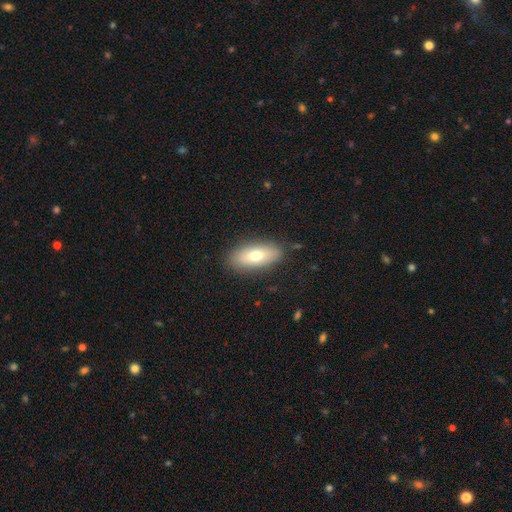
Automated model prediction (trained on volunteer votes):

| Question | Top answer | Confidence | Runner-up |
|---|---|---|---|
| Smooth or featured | smooth | 71% | featured or disk (22%) |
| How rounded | in between | 84% | cigar-shaped (12%) |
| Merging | none | 86% | minor disturbance (10%) |